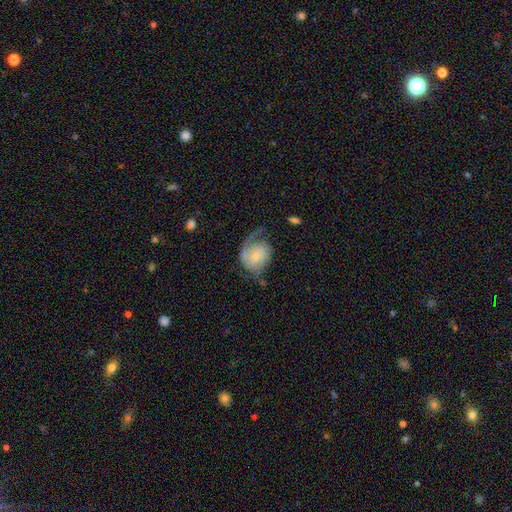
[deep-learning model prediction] The model was most divided on "spiral winding": medium: 37%, tight: 35%, loose: 28%. Remaining: edge-on disk — no (97%); spiral arms — yes (90%); bar — no (72%); smooth or featured — featured or disk (68%); bulge size — small (63%); spiral arm count — 2 (45%); merging — none (39%).